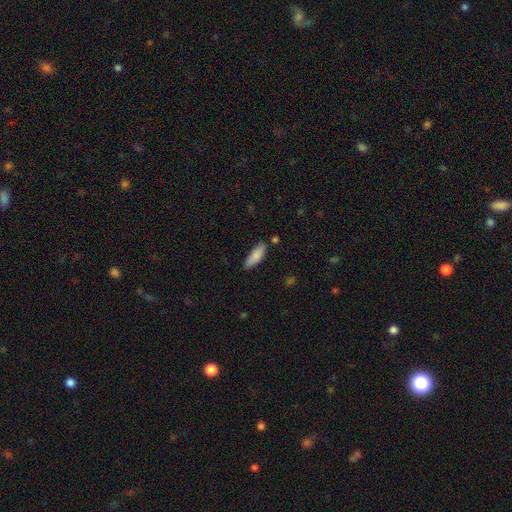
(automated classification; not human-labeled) A smooth galaxy with no disk features (84%) that is in between round and cigar-shaped (58%).

Vote fractions:
- Smooth or featured? smooth: 84% / featured or disk: 10% / star or artifact: 6%
- How rounded? in between: 58% / cigar-shaped: 40% / round: 2%
- Merging? none: 78% / minor disturbance: 16% / merger: 4% / major disturbance: 3%